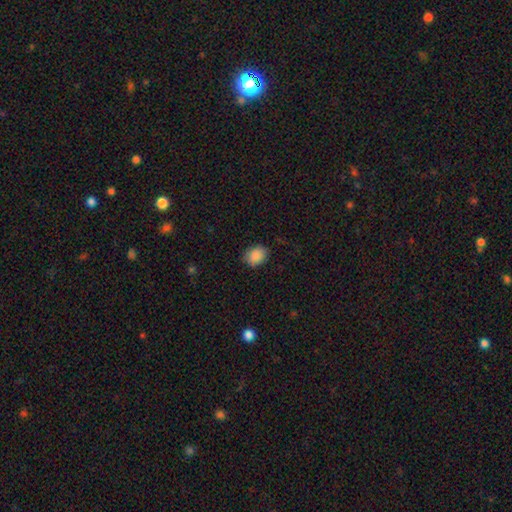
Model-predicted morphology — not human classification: Smooth or featured? Predicted: smooth (p=0.88). How rounded? Predicted: in between (p=0.57). Merging? Predicted: none (p=0.80).